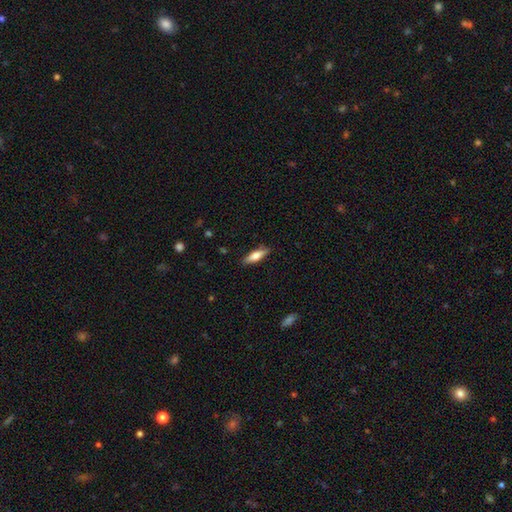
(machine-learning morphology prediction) Overall: smooth (65%; featured or disk 29%). How rounded: cigar-shaped (56%; in between 42%). Merging: none (87%).